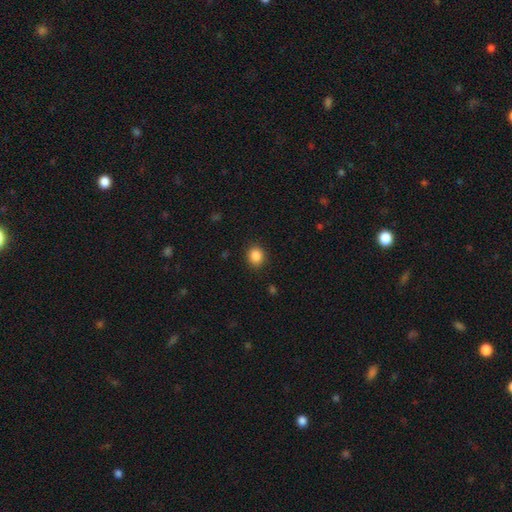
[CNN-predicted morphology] smooth-or-featured: smooth: 87% | star or artifact: 9% | featured or disk: 3%
  how-rounded: round: 70% | in between: 29% | cigar-shaped: 1%
  merging: none: 90% | minor disturbance: 7% | major disturbance: 2% | merger: 1%